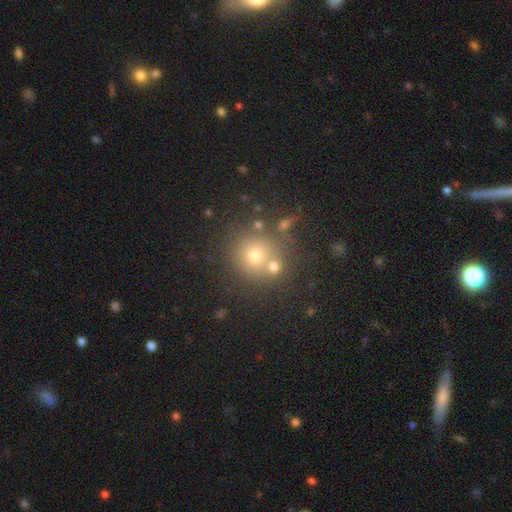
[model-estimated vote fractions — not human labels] This appears to be a smooth galaxy with no disk features (69%) that is round (90%). Merging: none (65%).